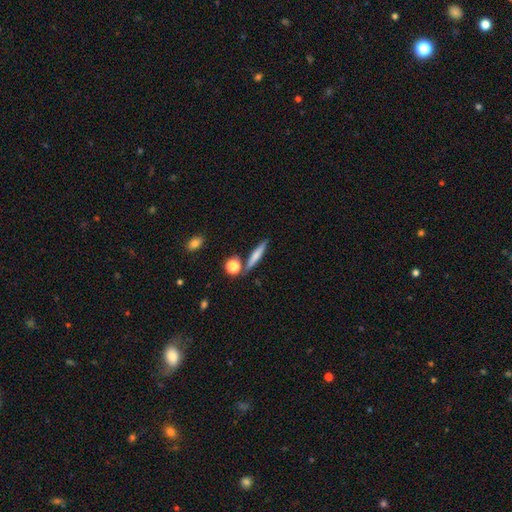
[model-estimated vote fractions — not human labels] smooth 66%, featured or disk 26%, star or artifact 8%. Down the decision tree: how rounded — cigar-shaped (83%); merging — none (78%).